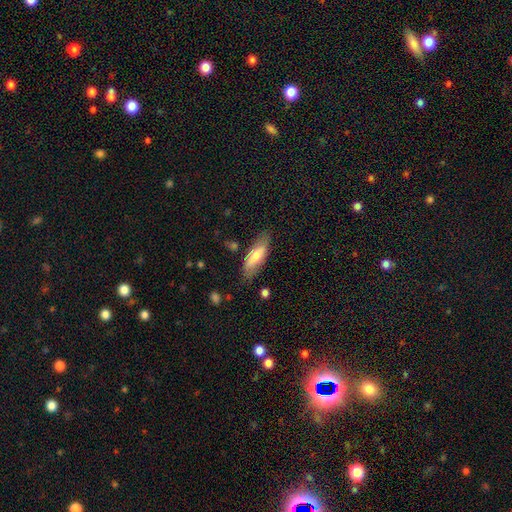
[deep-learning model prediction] Smooth or featured: smooth — 62% (featured or disk — 31%)
How rounded: in between — 66% (cigar-shaped — 32%)
Merging: none — 75% (minor disturbance — 18%)